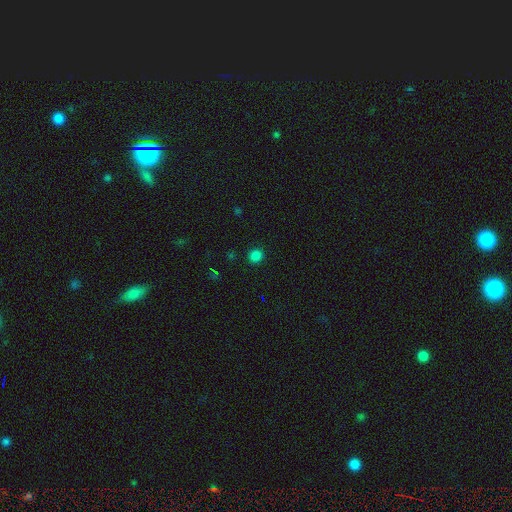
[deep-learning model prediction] Smooth or featured? Predicted: smooth (p=0.81). How rounded? Predicted: round (p=0.85). Merging? Predicted: none (p=0.91).